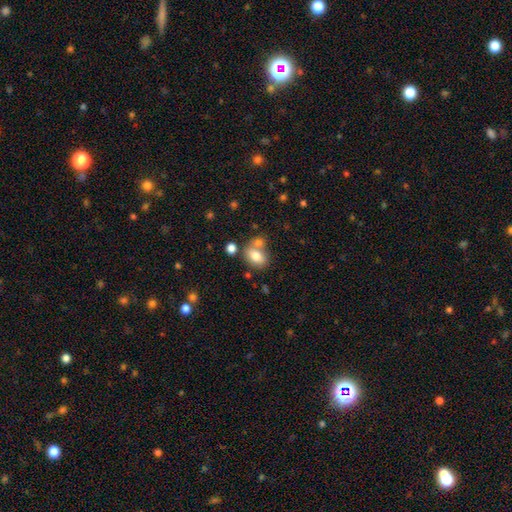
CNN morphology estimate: This appears to be a smooth galaxy with no disk features (78%) that is in between round and cigar-shaped (76%). Merging: none (49%).